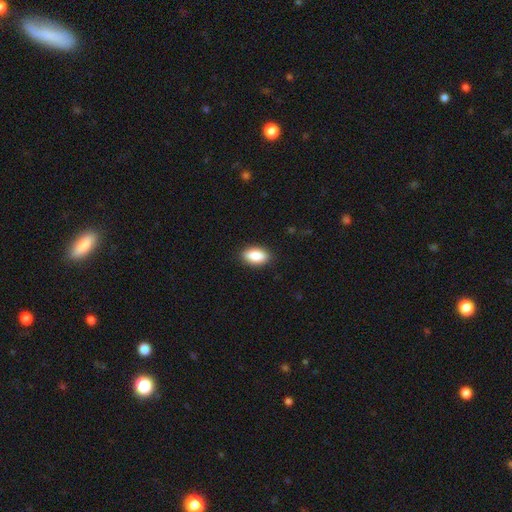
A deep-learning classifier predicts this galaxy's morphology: Smooth or featured: smooth — 87% (star or artifact — 7%)
How rounded: in between — 91% (round — 5%)
Merging: none — 89% (minor disturbance — 8%)